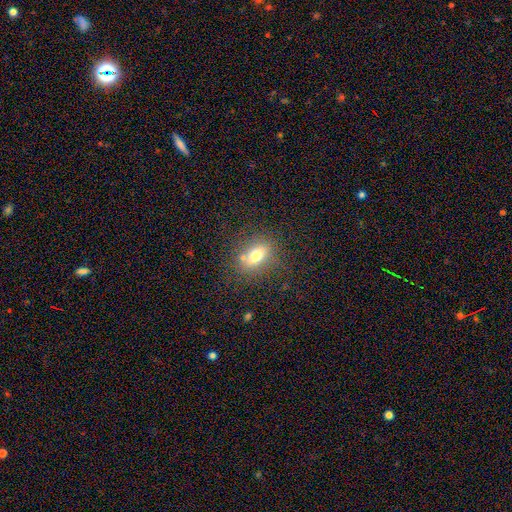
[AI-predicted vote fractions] smooth 67%, featured or disk 20%, star or artifact 13%. Down the decision tree: how rounded — in between (71%); merging — none (75%).